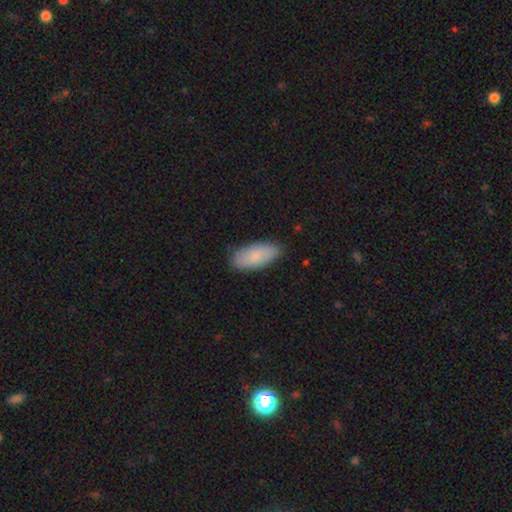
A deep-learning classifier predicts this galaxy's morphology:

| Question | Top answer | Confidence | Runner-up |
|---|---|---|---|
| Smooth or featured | smooth | 82% | featured or disk (12%) |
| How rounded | in between | 89% | cigar-shaped (9%) |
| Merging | none | 84% | minor disturbance (13%) |